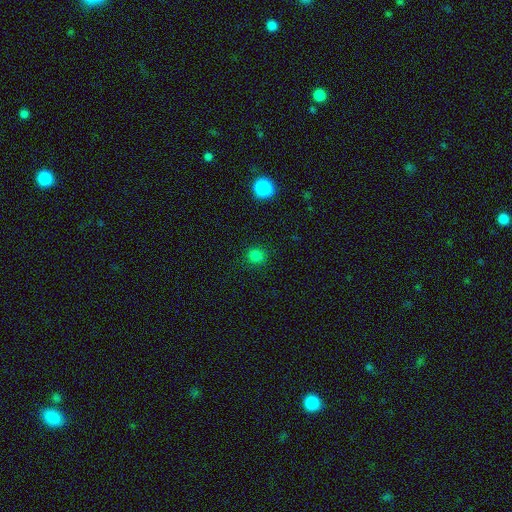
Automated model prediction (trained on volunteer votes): Smooth or featured? smooth (81%)
How rounded? round (89%)
Merging? none (89%)